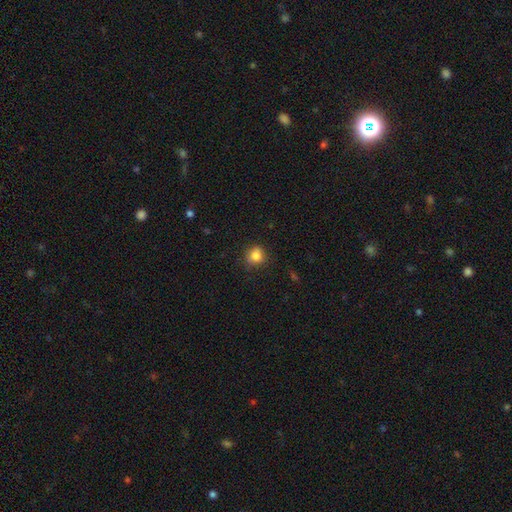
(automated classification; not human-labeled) A smooth galaxy with no disk features (83%) that is round (78%). Merging: none (77%).